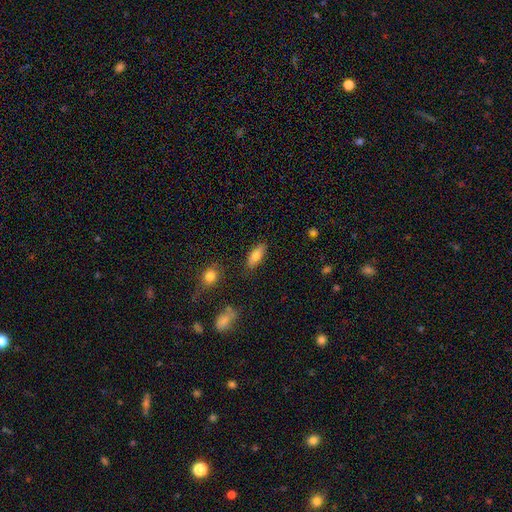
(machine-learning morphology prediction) This is likely a smooth galaxy (79%). How rounded: likely in between (77%). Merging: clearly none (84%).